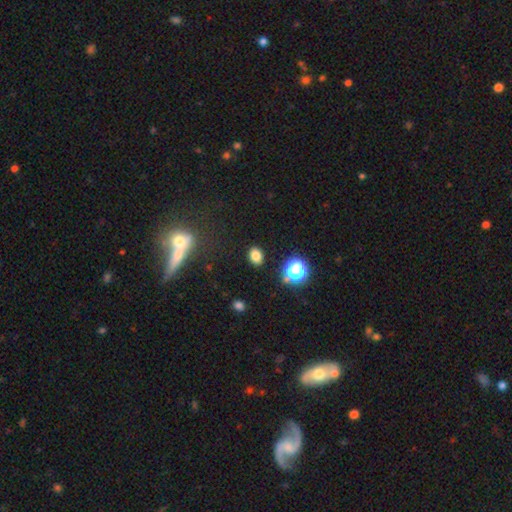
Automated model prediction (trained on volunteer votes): A smooth galaxy with no disk features (79%) that is in between round and cigar-shaped (64%). Merging: none (87%).